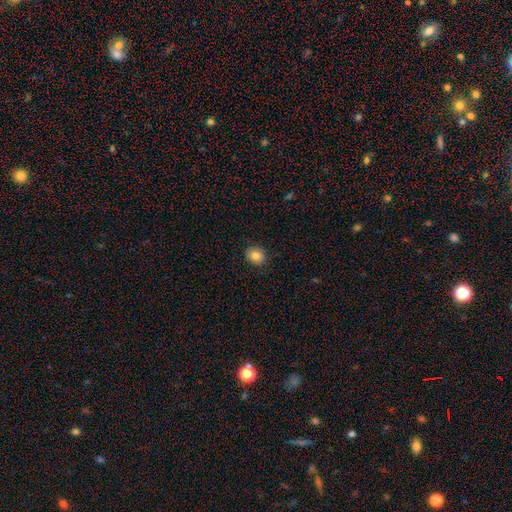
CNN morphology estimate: Smooth or featured? smooth (82%)
How rounded? round (64%)
Merging? none (87%)